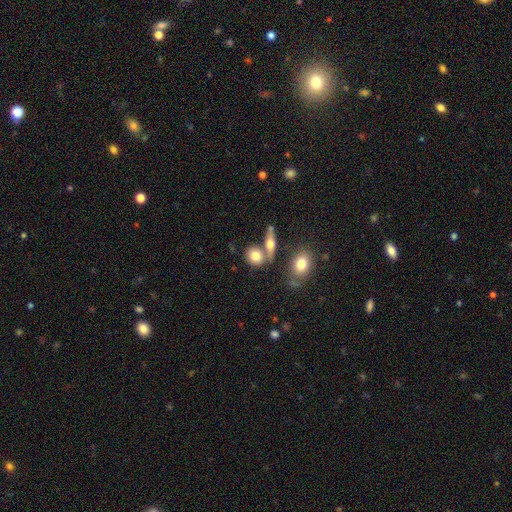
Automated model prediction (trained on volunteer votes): Smooth or featured? smooth (74%)
How rounded? round (61%)
Merging? none (58%)